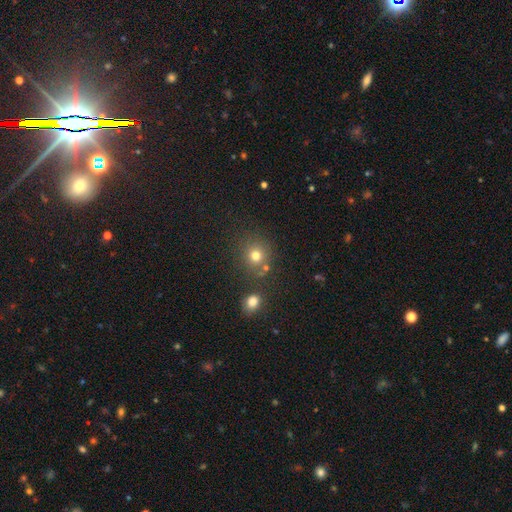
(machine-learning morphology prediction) This appears to be a smooth galaxy with no disk features (75%) that is round (89%). Merging: none (77%).